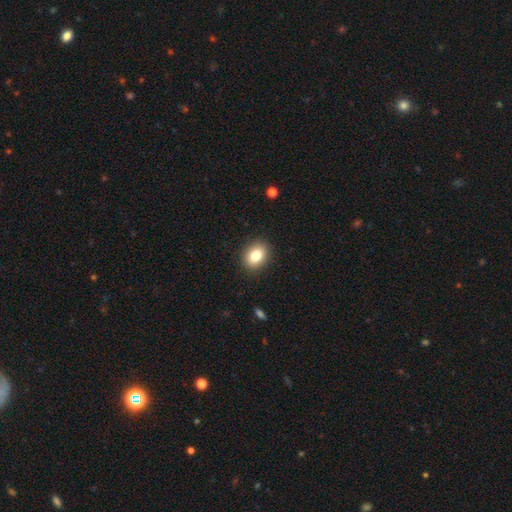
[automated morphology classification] type=smooth (82%); roundness=in between (59%); merging=none (89%).